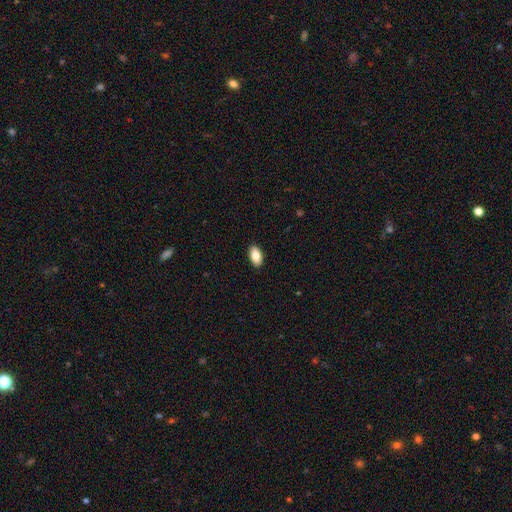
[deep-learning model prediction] Q: Smooth or featured?
A: smooth (85%); runner-up: featured or disk (8%)
Q: How rounded?
A: in between (93%); runner-up: cigar-shaped (4%)
Q: Merging?
A: none (90%); runner-up: minor disturbance (7%)